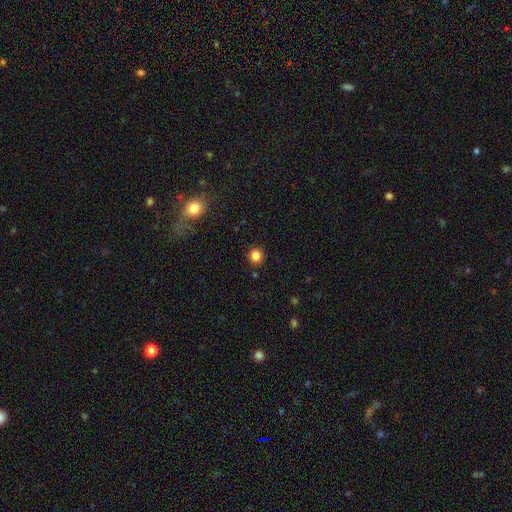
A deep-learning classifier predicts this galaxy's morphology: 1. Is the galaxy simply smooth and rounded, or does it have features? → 84% smooth, 12% star or artifact, 4% featured or disk.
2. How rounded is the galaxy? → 93% round, 6% in between, 1% cigar-shaped.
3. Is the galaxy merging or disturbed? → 91% none, 6% minor disturbance, 2% major disturbance, 2% merger.